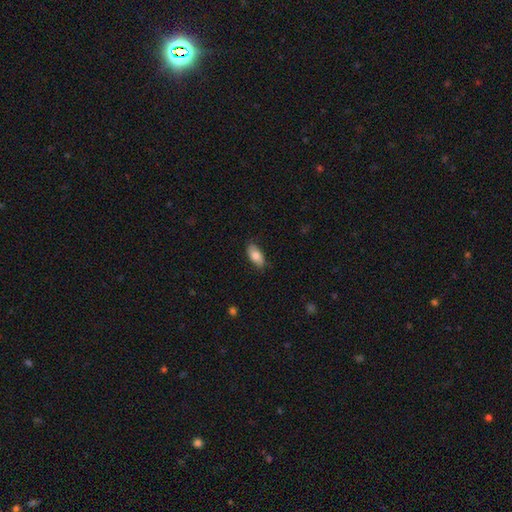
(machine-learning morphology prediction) This appears to be a smooth galaxy with no disk features (78%) that is in between round and cigar-shaped (90%). Merging: none (81%).